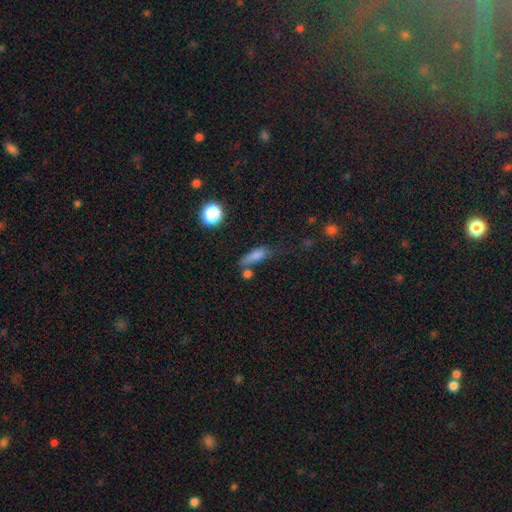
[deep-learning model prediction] The model was most divided on "how rounded": in between: 54%, cigar-shaped: 37%, round: 9%. Remaining: smooth or featured — smooth (76%); merging — none (42%).